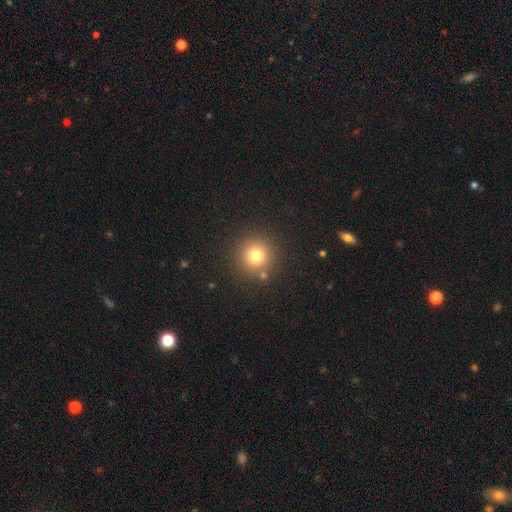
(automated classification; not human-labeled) Smooth or featured?
  - smooth: 76% *
  - star or artifact: 16%
  - featured or disk: 8%
How rounded?
  - round: 95% *
  - in between: 5%
  - cigar-shaped: 1%
Merging?
  - none: 85% *
  - minor disturbance: 7%
  - merger: 5%
  - major disturbance: 3%